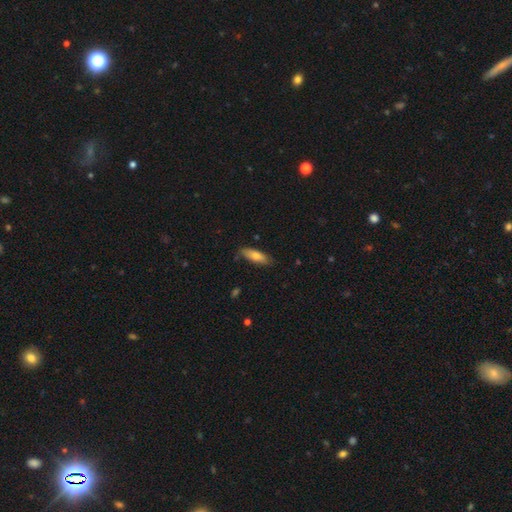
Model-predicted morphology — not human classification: smooth_or_featured: smooth (p=0.73) [alt: featured or disk p=0.21]
how_rounded: in between (p=0.56) [alt: cigar-shaped p=0.42]
merging: none (p=0.77) [alt: minor disturbance p=0.19]